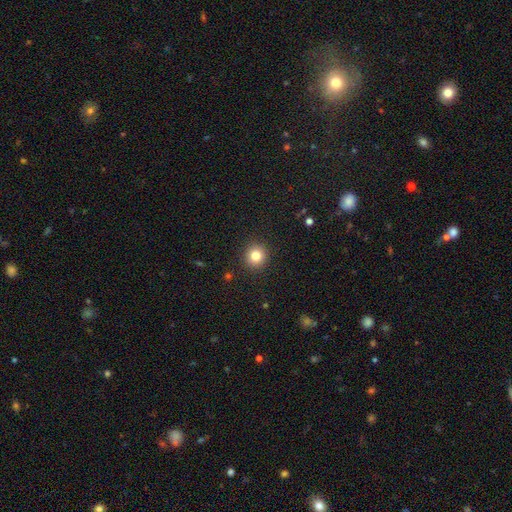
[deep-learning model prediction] Q: Smooth or featured?
A: smooth (82%); runner-up: star or artifact (12%)
Q: How rounded?
A: round (91%); runner-up: in between (8%)
Q: Merging?
A: none (92%); runner-up: minor disturbance (5%)